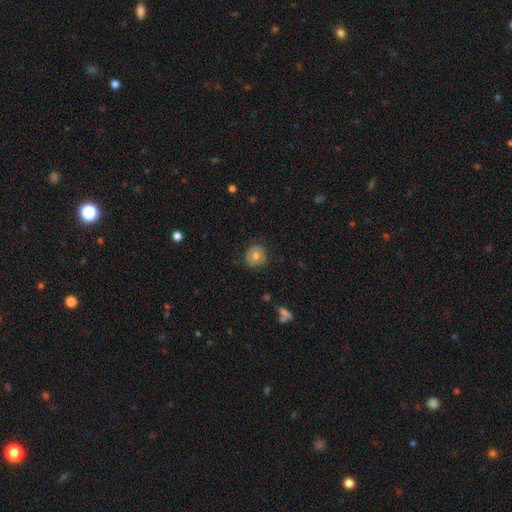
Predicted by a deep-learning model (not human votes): smooth-or-featured: smooth: 67% | featured or disk: 25% | star or artifact: 9%
  how-rounded: round: 88% | in between: 11% | cigar-shaped: 1%
  merging: none: 82% | minor disturbance: 14% | major disturbance: 3% | merger: 1%